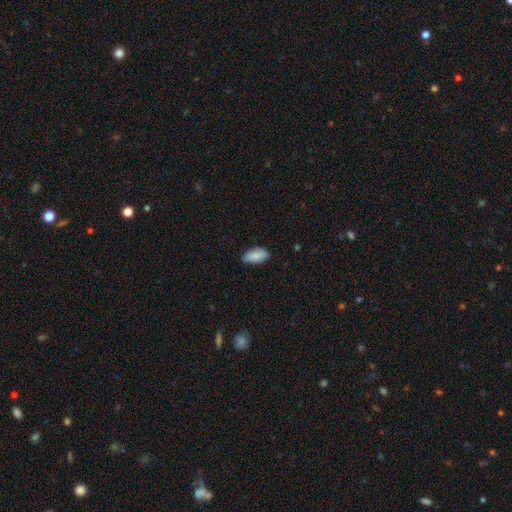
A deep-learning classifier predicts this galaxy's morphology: smooth-or-featured: smooth: 83% | featured or disk: 10% | star or artifact: 6%
  how-rounded: in between: 93% | cigar-shaped: 5% | round: 3%
  merging: none: 76% | minor disturbance: 20% | major disturbance: 3% | merger: 1%